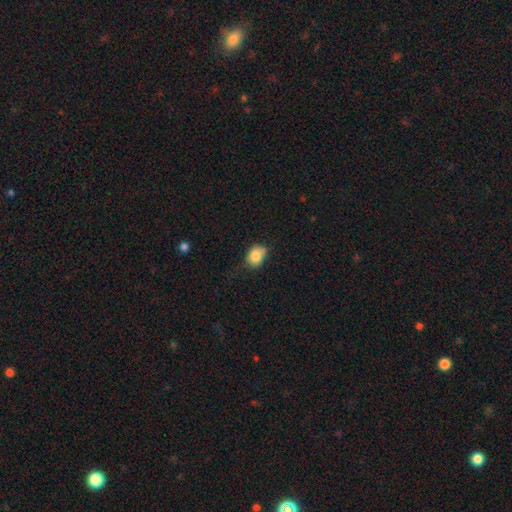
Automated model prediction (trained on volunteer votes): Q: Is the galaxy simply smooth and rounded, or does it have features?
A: smooth — 82%.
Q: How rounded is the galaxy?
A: in between — 56%.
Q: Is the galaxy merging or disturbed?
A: none — 54%.